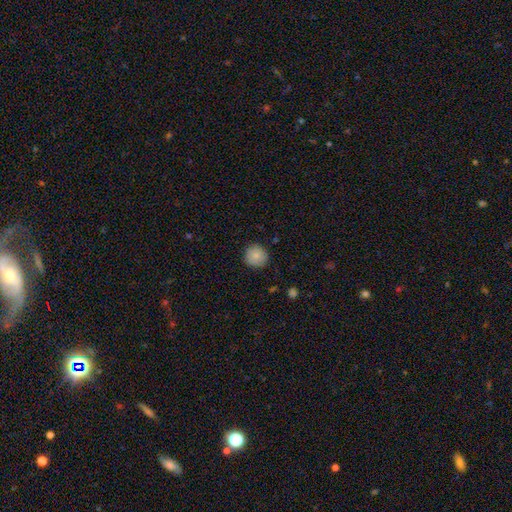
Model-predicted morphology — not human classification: A smooth galaxy with no disk features (85%) that is round (93%).

Vote fractions:
- Smooth or featured? smooth: 85% / star or artifact: 8% / featured or disk: 7%
- How rounded? round: 93% / in between: 6% / cigar-shaped: 1%
- Merging? none: 88% / minor disturbance: 9% / major disturbance: 2% / merger: 1%